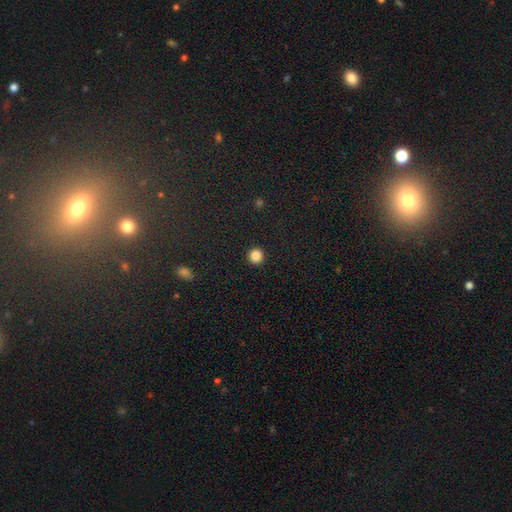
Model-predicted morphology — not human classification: type=smooth (85%); roundness=round (95%); merging=none (94%).